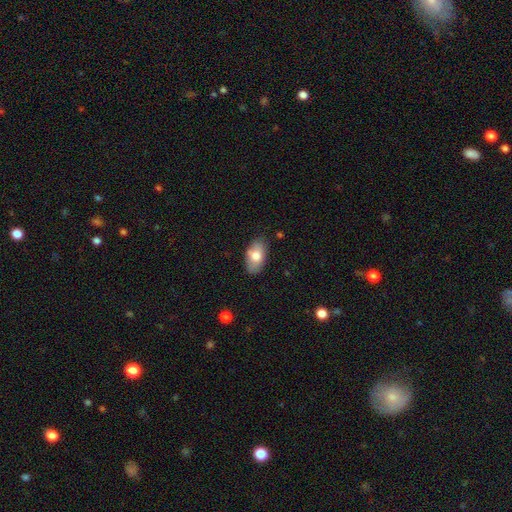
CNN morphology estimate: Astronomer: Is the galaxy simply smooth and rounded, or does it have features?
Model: smooth — 75%.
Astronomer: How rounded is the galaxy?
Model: in between — 93%.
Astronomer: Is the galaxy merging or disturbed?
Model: none — 79%.